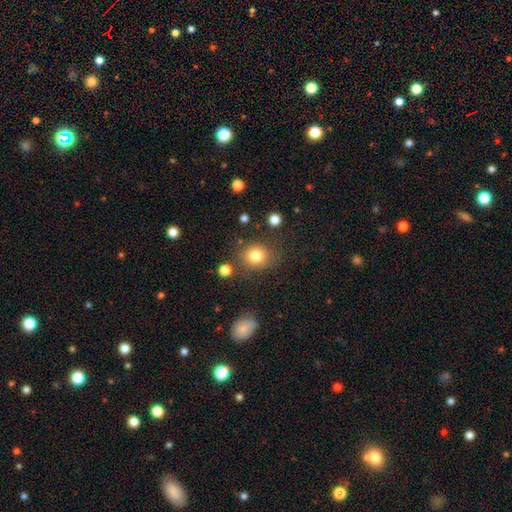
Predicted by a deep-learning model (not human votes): Smooth or featured? Predicted: smooth (p=0.81). How rounded? Predicted: round (p=0.79). Merging? Predicted: none (p=0.78).